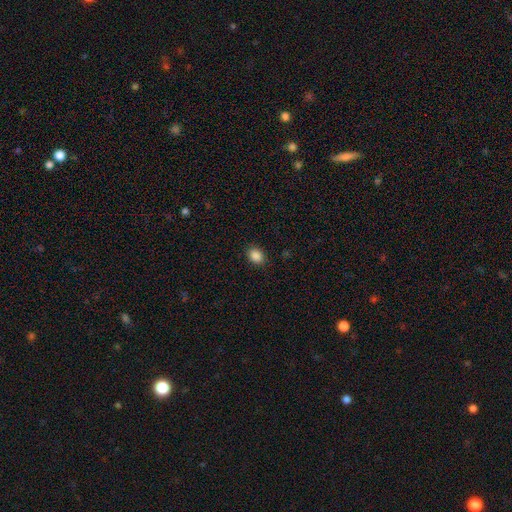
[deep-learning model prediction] Morphology: type=smooth (88%); roundness=in between (60%); merging=none (88%).